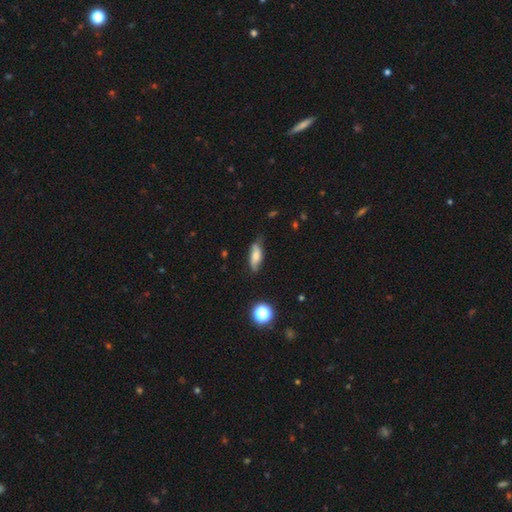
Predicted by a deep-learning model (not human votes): This is likely a smooth galaxy (64%). How rounded: likely in between (65%). Merging: likely none (68%).